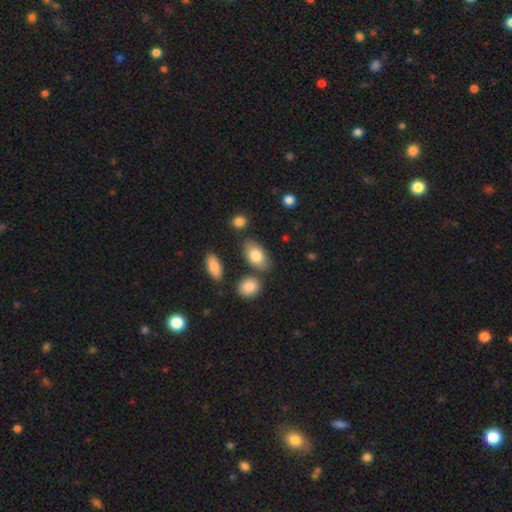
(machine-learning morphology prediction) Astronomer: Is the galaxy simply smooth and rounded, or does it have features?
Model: smooth — 80%.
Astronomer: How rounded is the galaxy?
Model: in between — 90%.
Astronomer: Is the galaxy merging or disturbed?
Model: none — 74%.